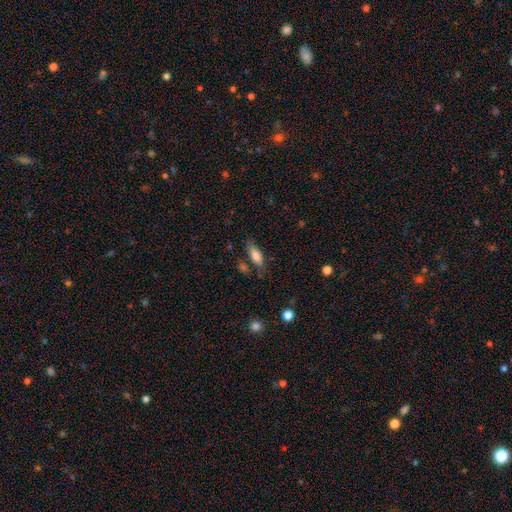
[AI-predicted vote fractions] smooth_or_featured: smooth (p=0.79) [alt: featured or disk p=0.13]
how_rounded: in between (p=0.72) [alt: cigar-shaped p=0.25]
merging: none (p=0.67) [alt: minor disturbance p=0.20]